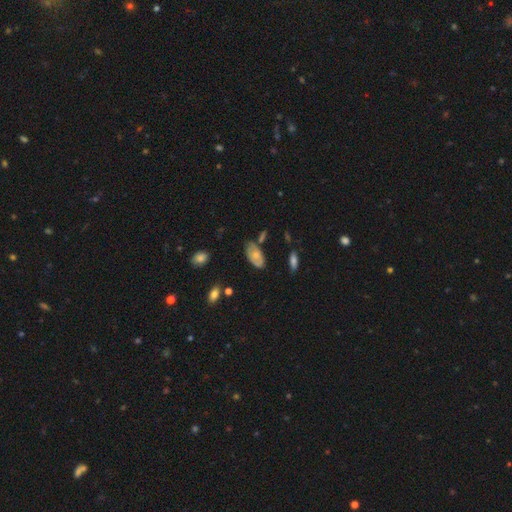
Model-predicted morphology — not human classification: type=smooth (53%); roundness=in between (93%); merging=none (60%).